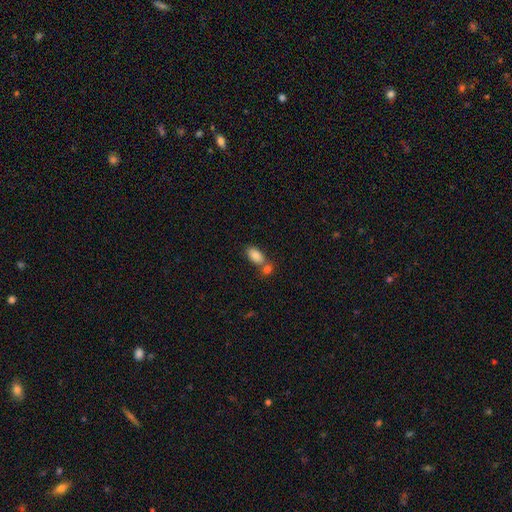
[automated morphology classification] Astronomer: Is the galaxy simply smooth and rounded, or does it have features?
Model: smooth — 85%.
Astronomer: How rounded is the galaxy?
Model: in between — 92%.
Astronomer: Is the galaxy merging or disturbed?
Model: none — 47% (runner-up: merger, 39%).